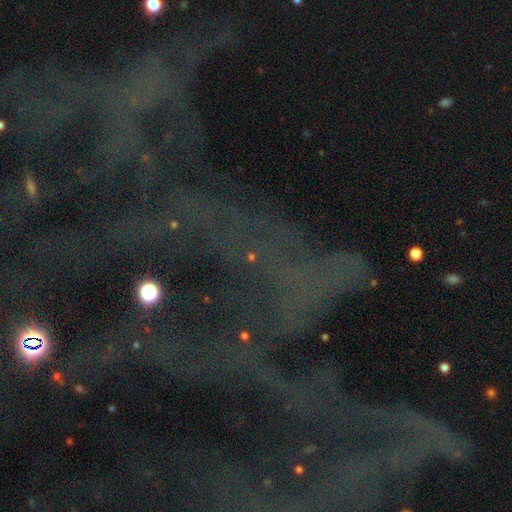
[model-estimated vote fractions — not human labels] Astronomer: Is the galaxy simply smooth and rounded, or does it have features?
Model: star or artifact — 78%.